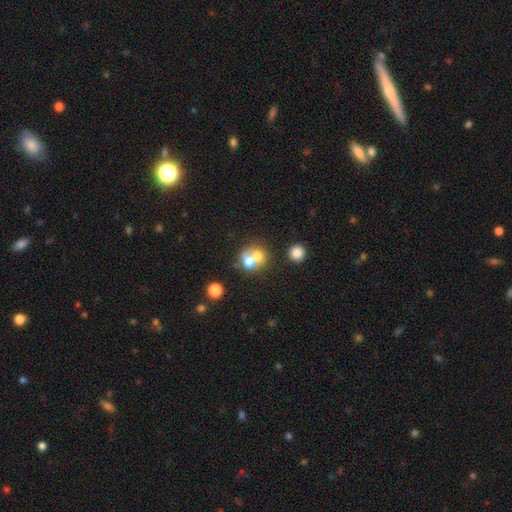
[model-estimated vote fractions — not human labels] Q: Smooth or featured?
A: smooth (66%); runner-up: featured or disk (20%)
Q: How rounded?
A: round (77%); runner-up: in between (22%)
Q: Merging?
A: merger (57%); runner-up: none (33%)